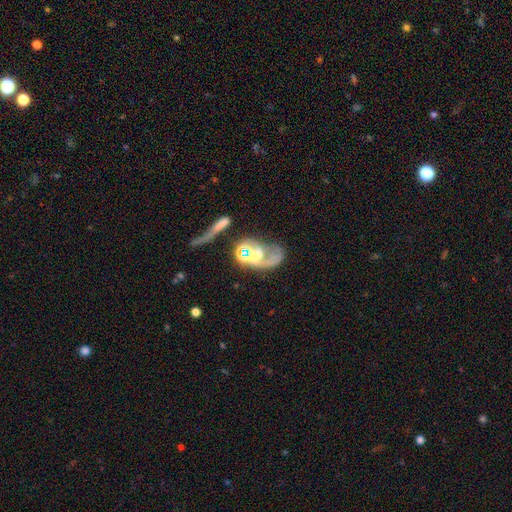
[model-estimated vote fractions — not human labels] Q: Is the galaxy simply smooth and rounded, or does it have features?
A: featured or disk — 61%.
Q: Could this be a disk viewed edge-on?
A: no — 95%.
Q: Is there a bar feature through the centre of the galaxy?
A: no — 62%.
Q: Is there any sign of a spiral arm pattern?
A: yes — 71%.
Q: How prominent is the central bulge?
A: moderate — 33%.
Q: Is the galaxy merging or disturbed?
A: major disturbance — 31%.